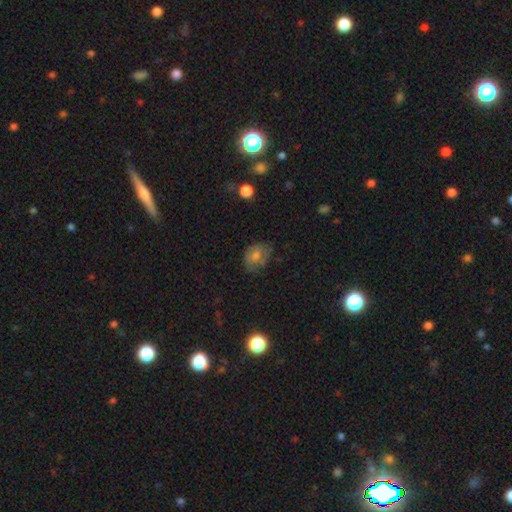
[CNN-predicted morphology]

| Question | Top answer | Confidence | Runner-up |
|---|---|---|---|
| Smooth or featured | smooth | 63% | featured or disk (23%) |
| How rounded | in between | 53% | round (46%) |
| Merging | none | 65% | minor disturbance (25%) |